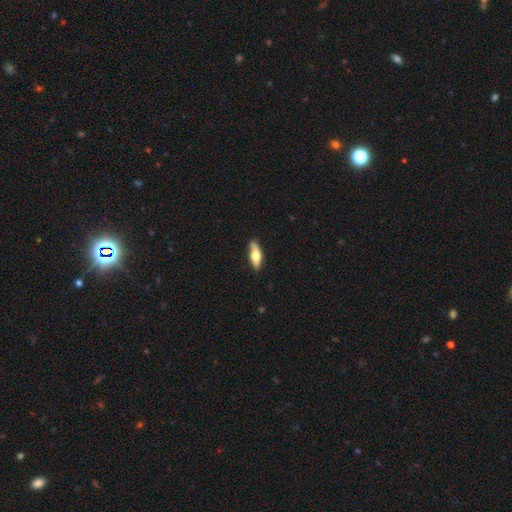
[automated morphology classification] The model was most divided on "smooth or featured": smooth: 50%, featured or disk: 45%, star or artifact: 6%. More confident: merging — none (81%).